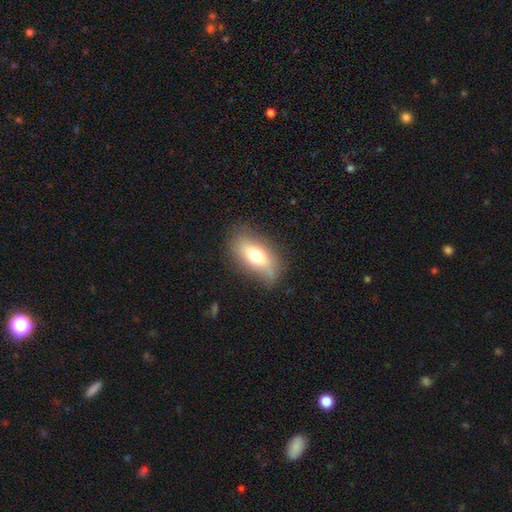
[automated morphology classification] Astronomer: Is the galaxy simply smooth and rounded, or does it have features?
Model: smooth — 62%.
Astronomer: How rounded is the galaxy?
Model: in between — 82%.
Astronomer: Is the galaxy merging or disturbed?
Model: none — 73%.